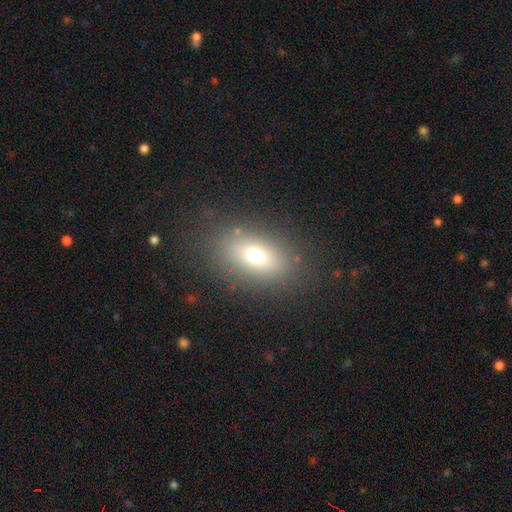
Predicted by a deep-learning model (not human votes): Overall: smooth (70%). How rounded: in between (84%). Merging: none (84%).